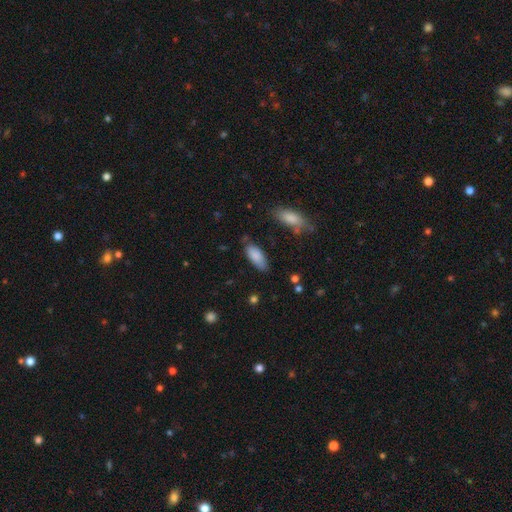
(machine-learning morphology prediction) A smooth galaxy with no disk features (85%) that is in between round and cigar-shaped (84%). Merging: none (73%).